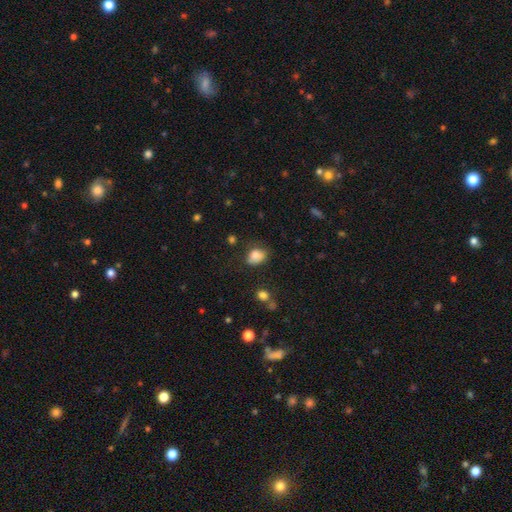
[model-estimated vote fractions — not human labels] The model was most divided on "how rounded": in between: 65%, round: 34%, cigar-shaped: 1%. More confident: smooth or featured — smooth (83%); merging — none (63%).